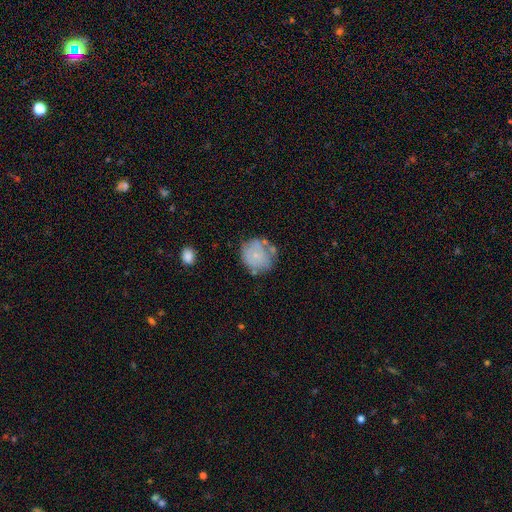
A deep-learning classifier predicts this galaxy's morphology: Smooth or featured? smooth (58%)
How rounded? round (82%)
Merging? none (54%)